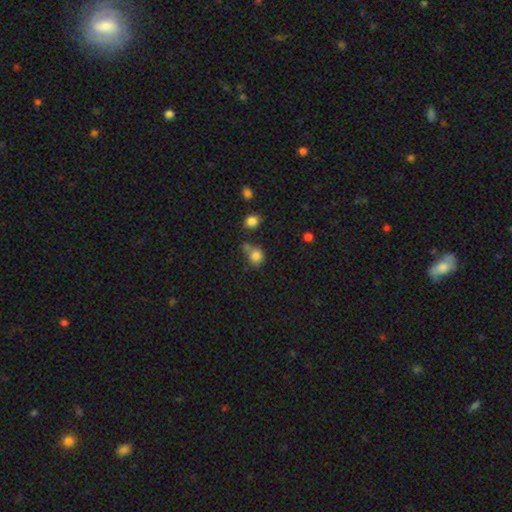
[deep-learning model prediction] smooth 81%, star or artifact 12%, featured or disk 7%. Down the decision tree: how rounded — round (72%); merging — none (47%).